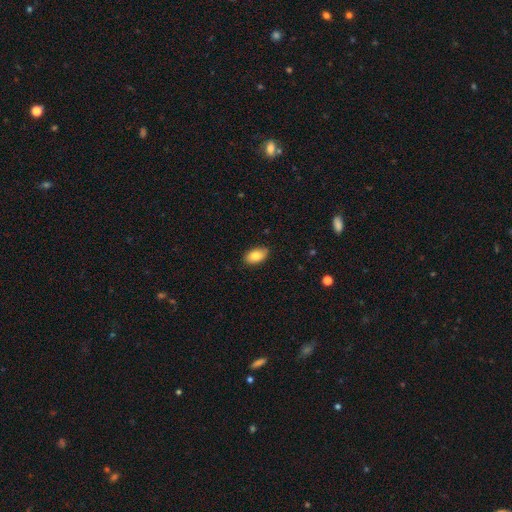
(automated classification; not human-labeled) Smooth or featured?
  - smooth: 83% *
  - featured or disk: 10%
  - star or artifact: 7%
How rounded?
  - in between: 92% *
  - round: 6%
  - cigar-shaped: 2%
Merging?
  - none: 84% *
  - minor disturbance: 13%
  - major disturbance: 2%
  - merger: 1%